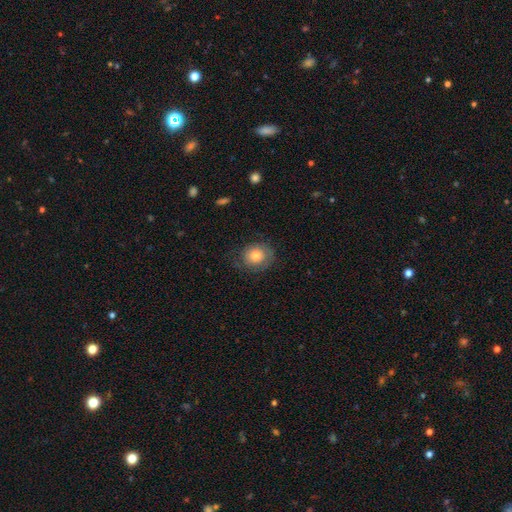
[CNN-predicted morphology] The model was most divided on "how rounded": round: 74%, in between: 25%, cigar-shaped: 1%. More confident: smooth or featured — smooth (75%); merging — none (71%).